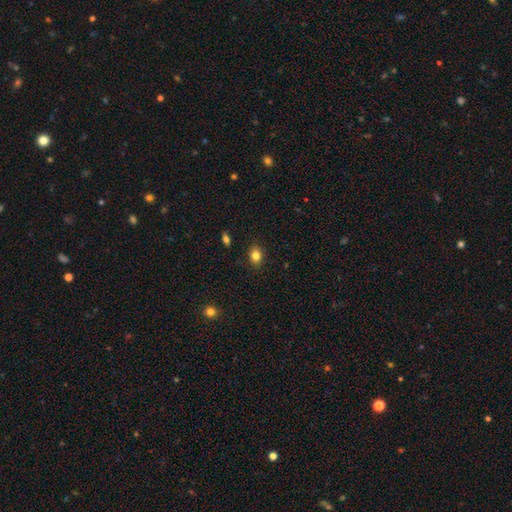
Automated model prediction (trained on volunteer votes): Overall: smooth (83%). How rounded: in between (59%; round 40%). Merging: none (88%).